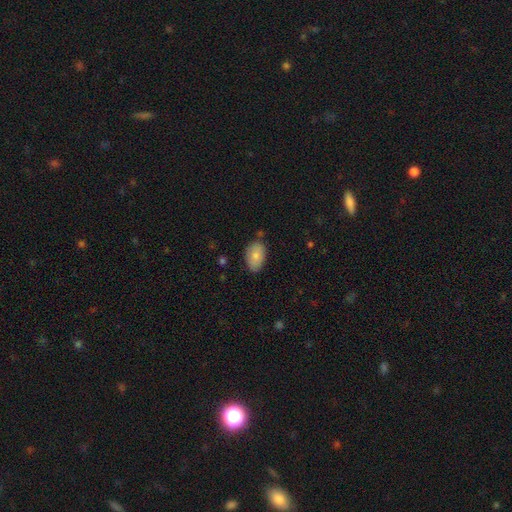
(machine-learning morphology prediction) This is clearly a smooth galaxy (80%). How rounded: clearly in between (91%). Merging: likely none (76%).